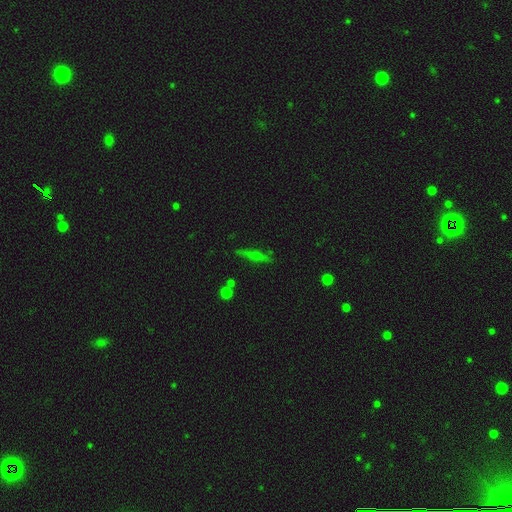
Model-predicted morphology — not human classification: This is possibly a smooth galaxy (48%). Merging: likely none (80%).